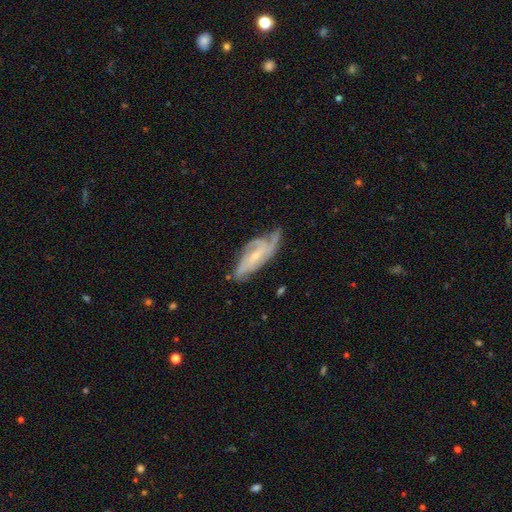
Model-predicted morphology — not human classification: This appears to be a featured or disk galaxy (84%) with no bar (48%), 3 (38%) tight (45%) spiral arms (96%) and a small central bulge (70%). Merging: none (62%).